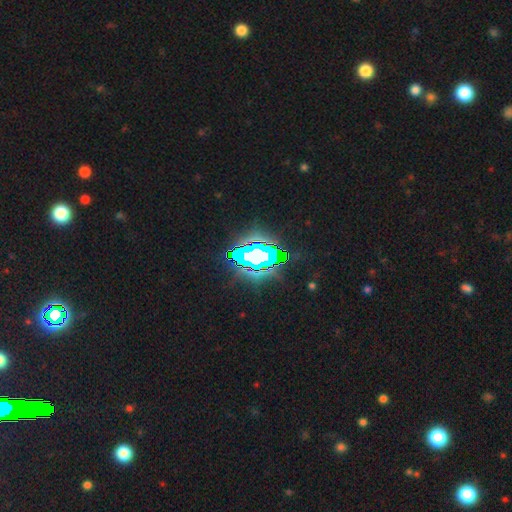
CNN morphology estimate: A star or artifact, not a galaxy (70%).

Vote fractions:
- Smooth or featured? star or artifact: 70% / featured or disk: 16% / smooth: 14%